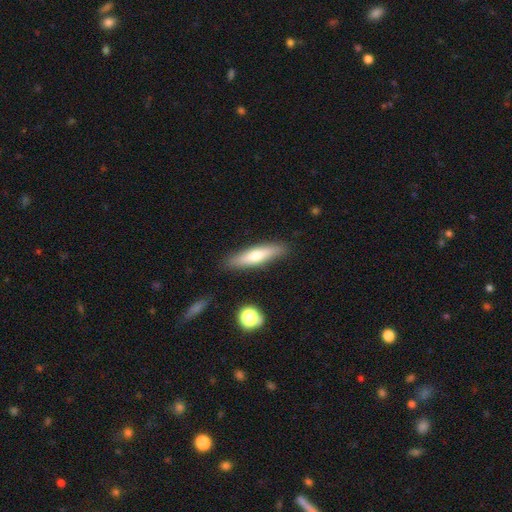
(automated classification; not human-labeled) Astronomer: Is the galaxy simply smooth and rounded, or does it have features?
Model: smooth — 59% (runner-up: featured or disk, 34%).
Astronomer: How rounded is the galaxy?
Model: cigar-shaped — 79%.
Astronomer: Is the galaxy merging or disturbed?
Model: none — 87%.